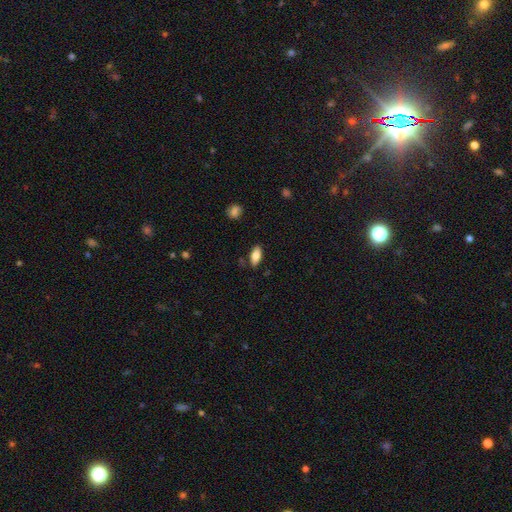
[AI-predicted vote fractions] A smooth galaxy with no disk features (81%) that is in between round and cigar-shaped (84%).

Vote fractions:
- Smooth or featured? smooth: 81% / featured or disk: 12% / star or artifact: 7%
- How rounded? in between: 84% / cigar-shaped: 14% / round: 2%
- Merging? none: 84% / minor disturbance: 11% / major disturbance: 3% / merger: 2%